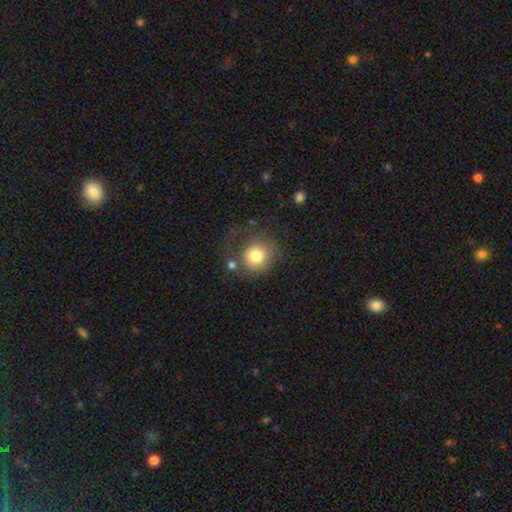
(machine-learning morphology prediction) smooth 80%, featured or disk 11%, star or artifact 9%. Down the decision tree: how rounded — round (85%); merging — none (61%).